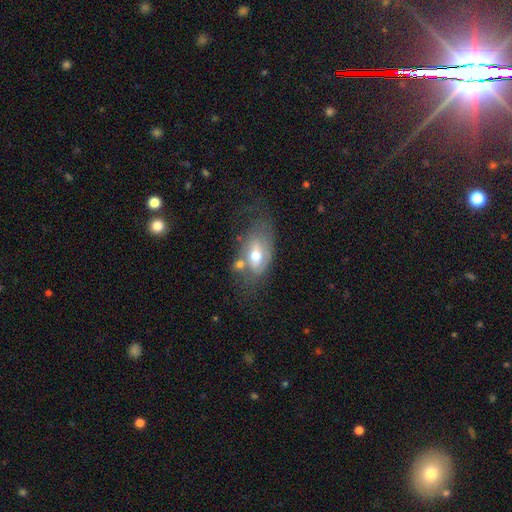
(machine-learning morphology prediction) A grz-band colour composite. It shows a featured or disk galaxy (53%). Merging: none (41%).